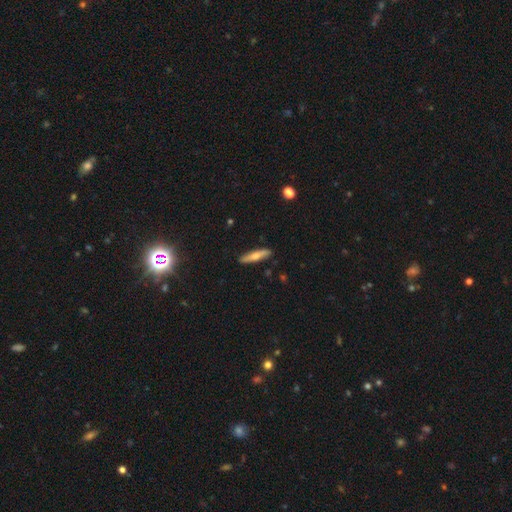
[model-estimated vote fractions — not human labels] smooth_or_featured: smooth (p=0.58) [alt: featured or disk p=0.36]
how_rounded: cigar-shaped (p=0.85) [alt: in between p=0.14]
merging: none (p=0.89) [alt: minor disturbance p=0.09]